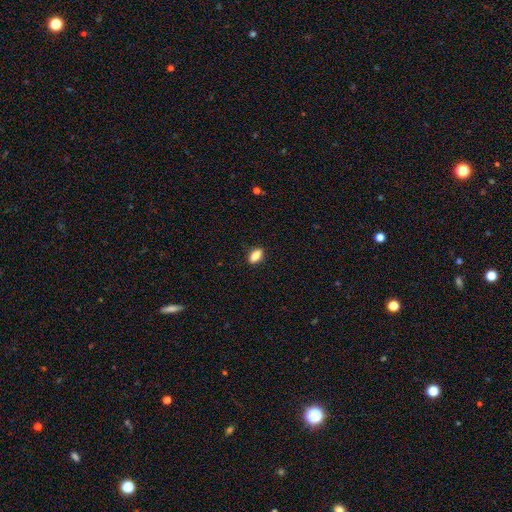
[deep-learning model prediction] This appears to be a smooth galaxy with no disk features (82%) that is in between round and cigar-shaped (84%). Merging: none (88%).